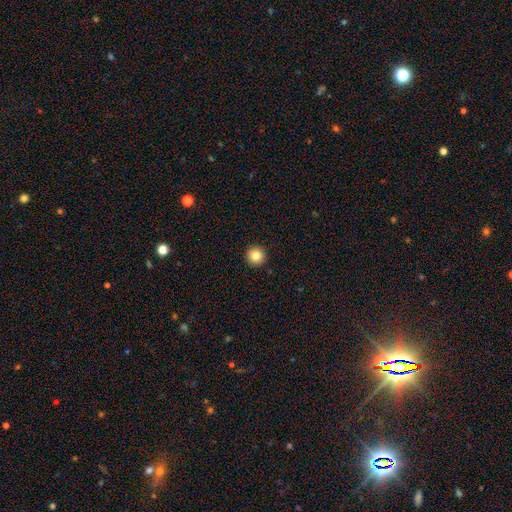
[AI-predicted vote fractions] Smooth or featured? smooth (83%)
How rounded? round (97%)
Merging? none (94%)